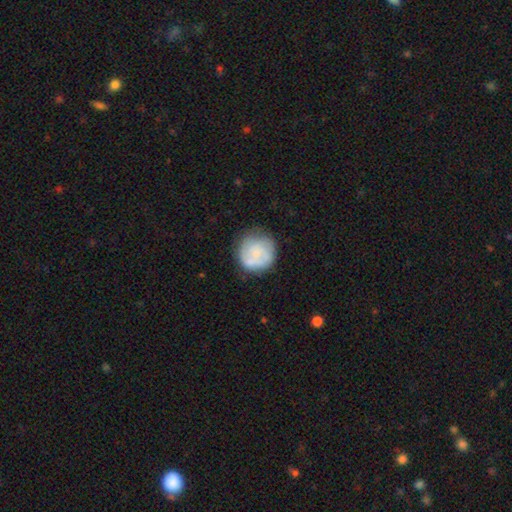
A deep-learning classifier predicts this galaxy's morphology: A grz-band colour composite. It shows a smooth galaxy with no disk features (57%) that is round (92%). Merging: none (64%).